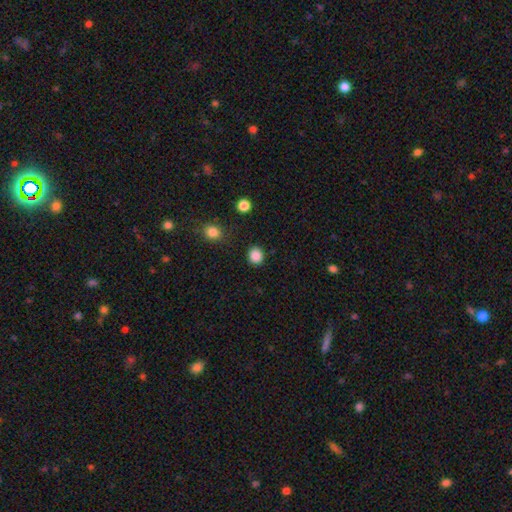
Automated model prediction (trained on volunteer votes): Q: Smooth or featured?
A: smooth (87%); runner-up: star or artifact (10%)
Q: How rounded?
A: round (84%); runner-up: in between (15%)
Q: Merging?
A: none (89%); runner-up: minor disturbance (7%)